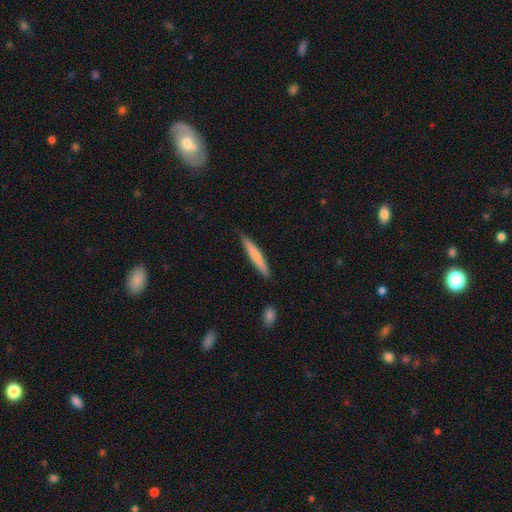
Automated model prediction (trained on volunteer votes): smooth 68%, featured or disk 26%, star or artifact 5%. Down the decision tree: how rounded — cigar-shaped (93%); merging — none (86%).